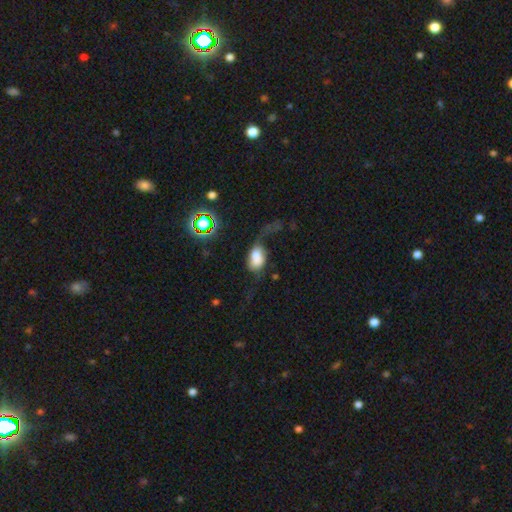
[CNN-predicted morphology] A smooth galaxy with no disk features (59%) that is in between round and cigar-shaped (82%). Merging: major disturbance (50%).